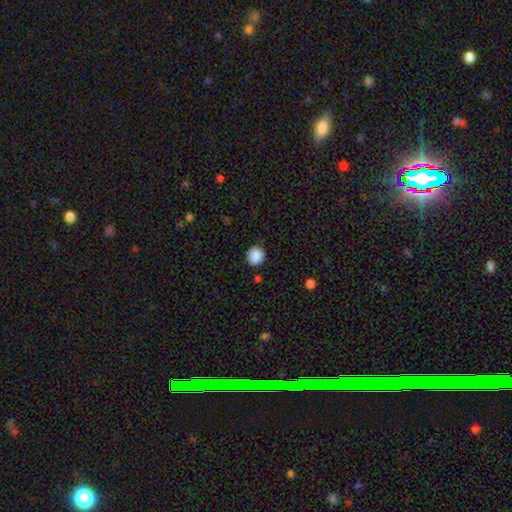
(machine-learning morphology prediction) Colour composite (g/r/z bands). It shows a smooth galaxy with no disk features (88%) that is round (91%). Merging: none (88%).